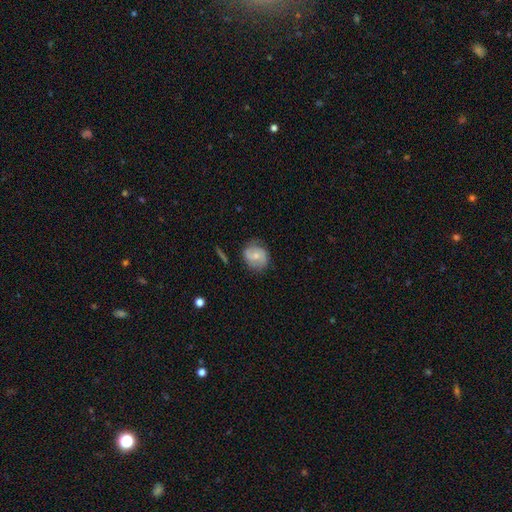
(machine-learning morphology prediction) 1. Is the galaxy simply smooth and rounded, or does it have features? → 50% smooth, 42% featured or disk, 8% star or artifact.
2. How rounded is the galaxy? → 69% round, 30% in between, 1% cigar-shaped.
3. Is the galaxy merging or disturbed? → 69% none, 23% minor disturbance, 7% major disturbance, 2% merger.